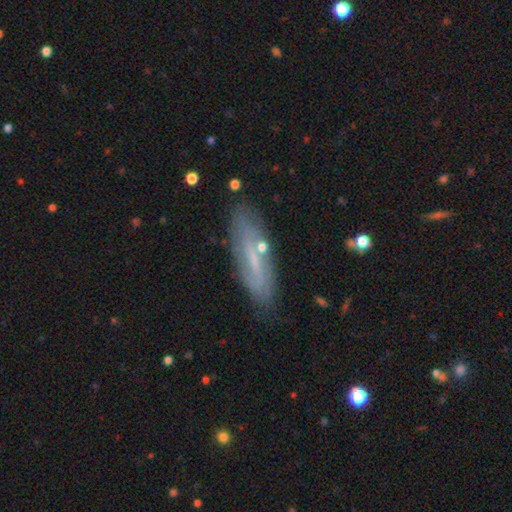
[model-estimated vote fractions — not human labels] Q: Smooth or featured?
A: featured or disk (53%); runner-up: smooth (37%)
Q: Edge-on disk?
A: no (55%); runner-up: yes (45%)
Q: Merging?
A: none (79%); runner-up: minor disturbance (14%)